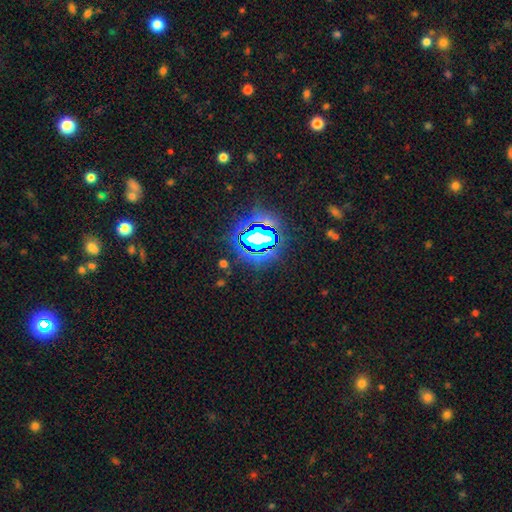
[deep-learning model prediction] Smooth or featured: star or artifact — 82% (smooth — 11%)